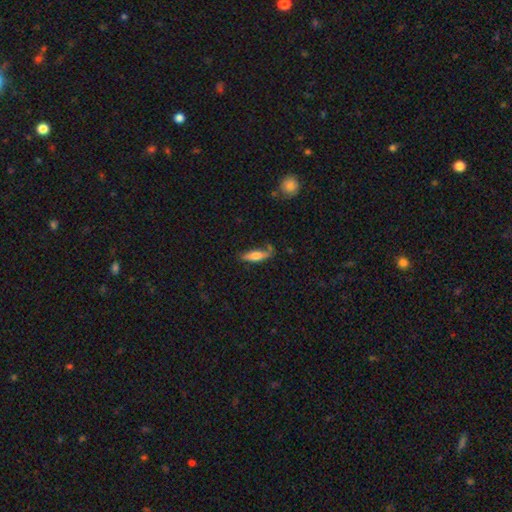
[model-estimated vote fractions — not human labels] A smooth galaxy with no disk features (62%) that is cigar-shaped (61%).

Vote fractions:
- Smooth or featured? smooth: 62% / featured or disk: 32% / star or artifact: 6%
- How rounded? cigar-shaped: 61% / in between: 37% / round: 2%
- Merging? none: 65% / minor disturbance: 22% / major disturbance: 7% / merger: 6%